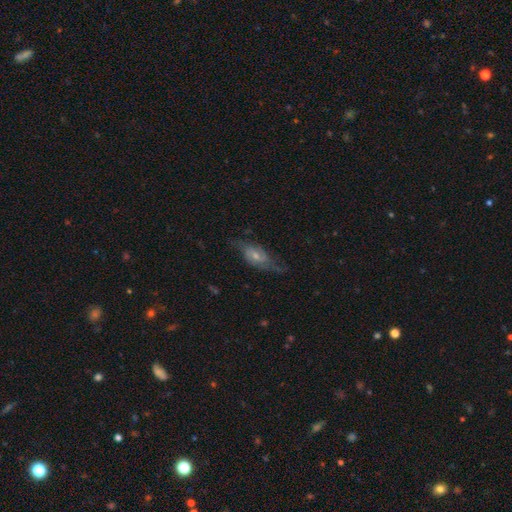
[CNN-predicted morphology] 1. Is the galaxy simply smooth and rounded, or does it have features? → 64% featured or disk, 29% smooth, 8% star or artifact.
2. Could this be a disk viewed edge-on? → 87% no, 13% yes.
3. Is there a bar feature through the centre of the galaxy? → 46% no, 43% weak, 11% strong.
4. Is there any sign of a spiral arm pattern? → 82% yes, 18% no.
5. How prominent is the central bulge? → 47% moderate, 45% small, 4% none, 3% large, 1% dominant.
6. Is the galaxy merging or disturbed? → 54% none, 26% minor disturbance, 17% major disturbance, 2% merger.